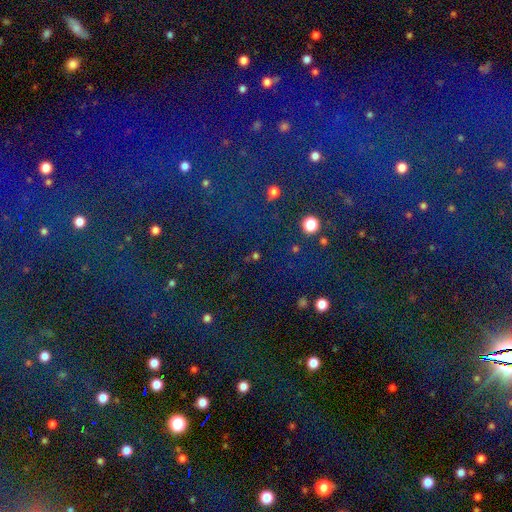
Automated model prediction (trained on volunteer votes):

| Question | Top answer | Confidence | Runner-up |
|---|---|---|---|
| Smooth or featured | star or artifact | 76% | smooth (16%) |